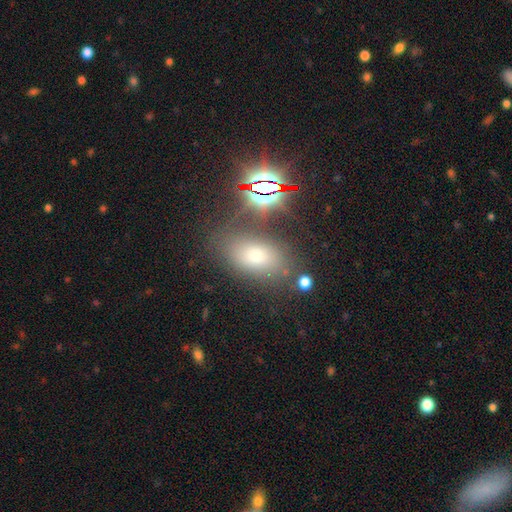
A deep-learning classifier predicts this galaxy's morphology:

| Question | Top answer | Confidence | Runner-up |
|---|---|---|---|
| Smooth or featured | smooth | 64% | star or artifact (22%) |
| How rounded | in between | 84% | round (14%) |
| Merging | none | 73% | minor disturbance (14%) |